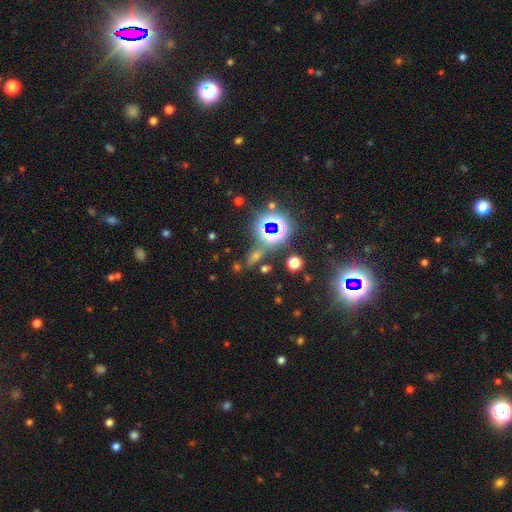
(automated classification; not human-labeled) Q: Smooth or featured?
A: star or artifact (48%); runner-up: smooth (38%)